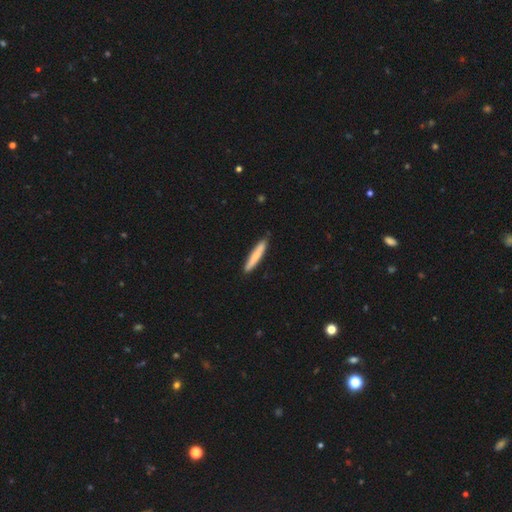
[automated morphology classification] smooth_or_featured: smooth (p=0.77) [alt: featured or disk p=0.18]
how_rounded: cigar-shaped (p=0.94) [alt: in between p=0.05]
merging: none (p=0.89) [alt: minor disturbance p=0.09]